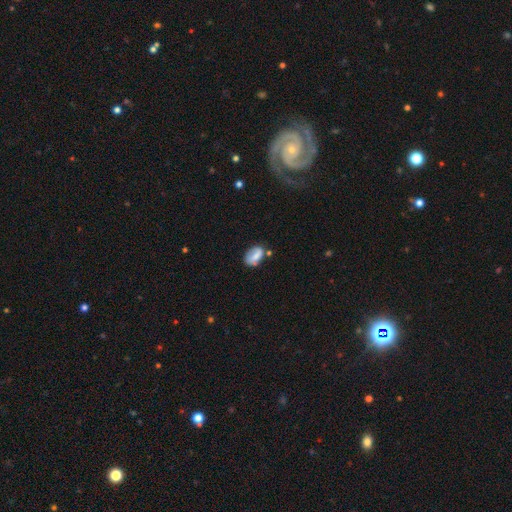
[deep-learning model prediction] Smooth or featured?
  - smooth: 66% *
  - featured or disk: 25%
  - star or artifact: 8%
How rounded?
  - in between: 87% *
  - round: 11%
  - cigar-shaped: 2%
Merging?
  - none: 57% *
  - minor disturbance: 26%
  - major disturbance: 8%
  - merger: 8%